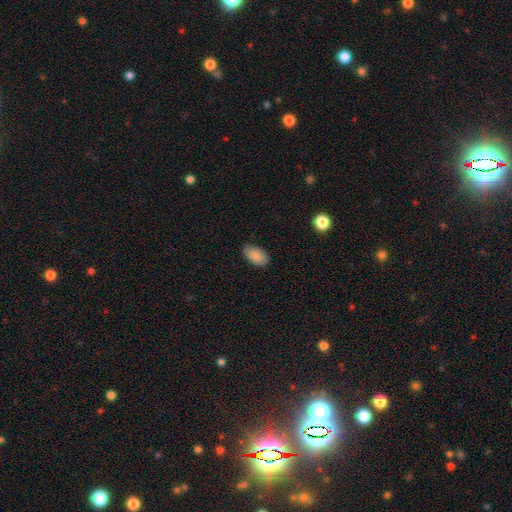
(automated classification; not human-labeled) Q: Smooth or featured?
A: smooth (88%); runner-up: star or artifact (7%)
Q: How rounded?
A: in between (94%); runner-up: round (4%)
Q: Merging?
A: none (83%); runner-up: minor disturbance (14%)